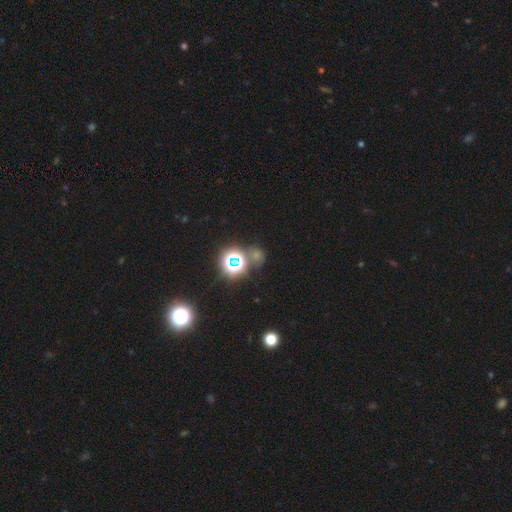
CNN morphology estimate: Q: Smooth or featured?
A: star or artifact (64%); runner-up: smooth (27%)